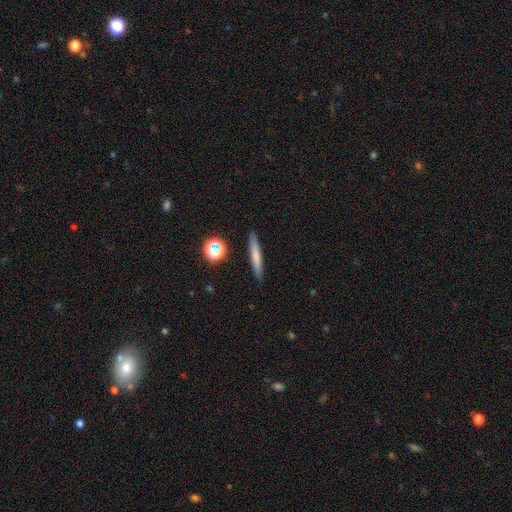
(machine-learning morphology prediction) Smooth or featured: smooth — 67% (featured or disk — 23%)
How rounded: cigar-shaped — 92% (in between — 6%)
Merging: none — 89% (minor disturbance — 8%)